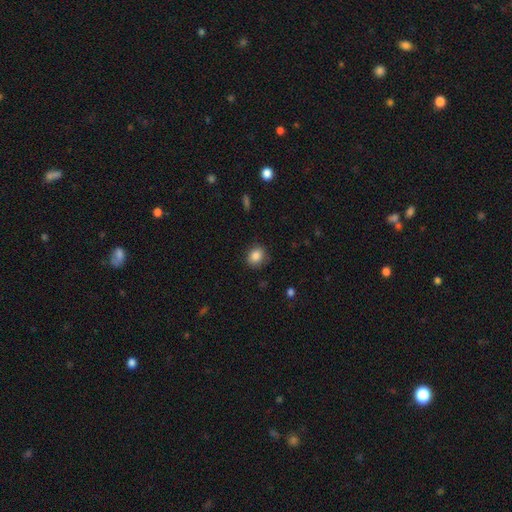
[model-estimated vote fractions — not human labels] A smooth galaxy with no disk features (86%) that is round (64%).

Vote fractions:
- Smooth or featured? smooth: 86% / star or artifact: 9% / featured or disk: 5%
- How rounded? round: 64% / in between: 35% / cigar-shaped: 1%
- Merging? none: 82% / minor disturbance: 13% / major disturbance: 3% / merger: 1%